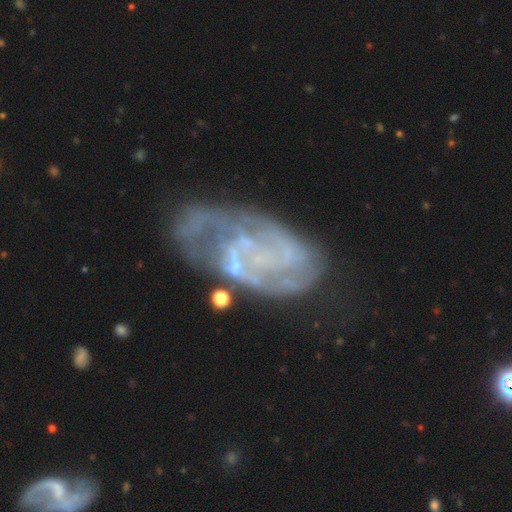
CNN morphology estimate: This appears to be a featured or disk galaxy (83%) with no bar (57%), 2 (36%) tight (46%) spiral arms (87%) and no central bulge (47%). Merging: none (55%).